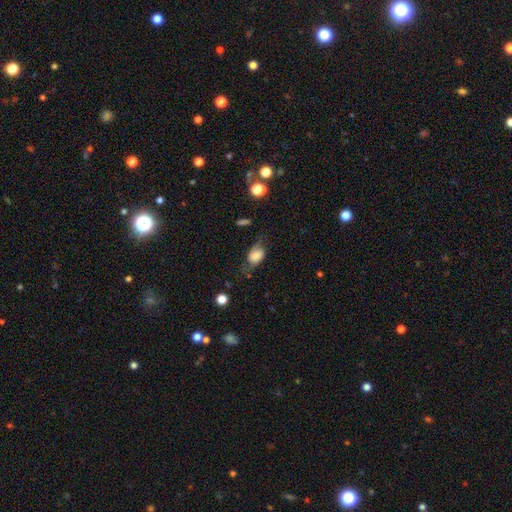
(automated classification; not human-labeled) Overall: smooth (64%; featured or disk 27%). How rounded: in between (83%). Merging: none (46%; minor disturbance 30%).